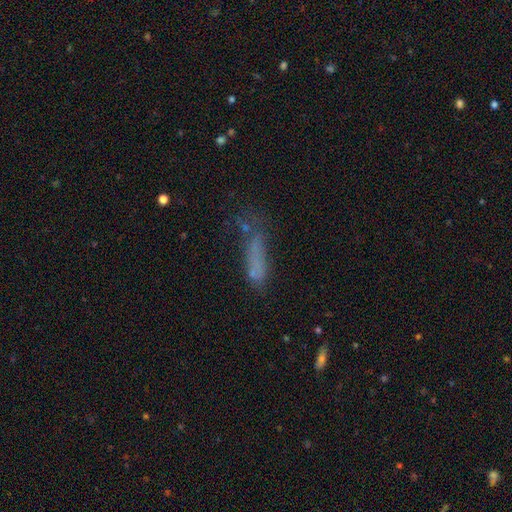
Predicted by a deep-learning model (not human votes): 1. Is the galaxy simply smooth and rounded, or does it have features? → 55% smooth, 23% star or artifact, 22% featured or disk.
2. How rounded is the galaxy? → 65% cigar-shaped, 32% in between, 3% round.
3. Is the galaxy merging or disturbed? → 44% none, 24% major disturbance, 24% minor disturbance, 8% merger.